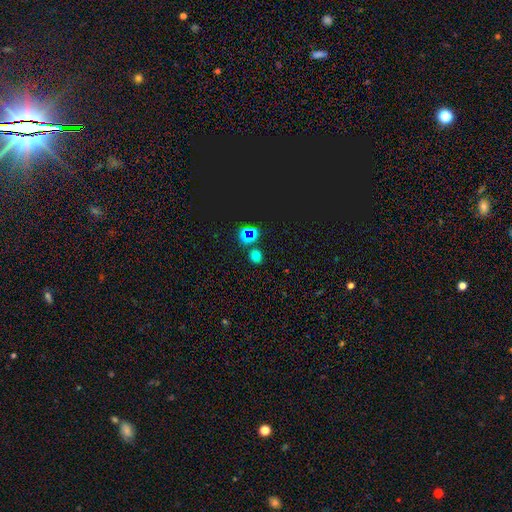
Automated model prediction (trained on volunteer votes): Smooth or featured? Predicted: smooth (p=0.62). How rounded? Predicted: round (p=0.81). Merging? Predicted: none (p=0.82).